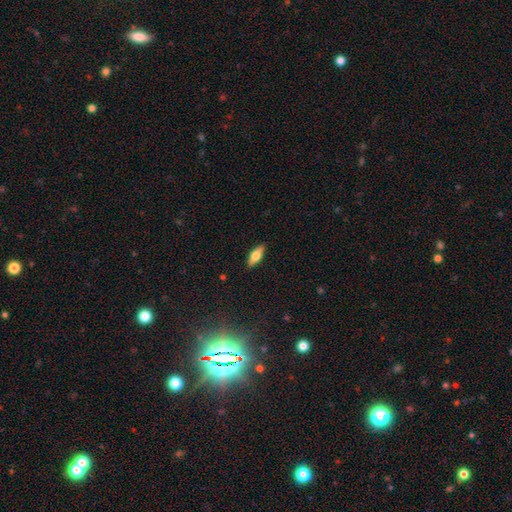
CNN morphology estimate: Smooth or featured? Predicted: smooth (p=0.59). How rounded? Predicted: in between (p=0.65). Merging? Predicted: none (p=0.88).